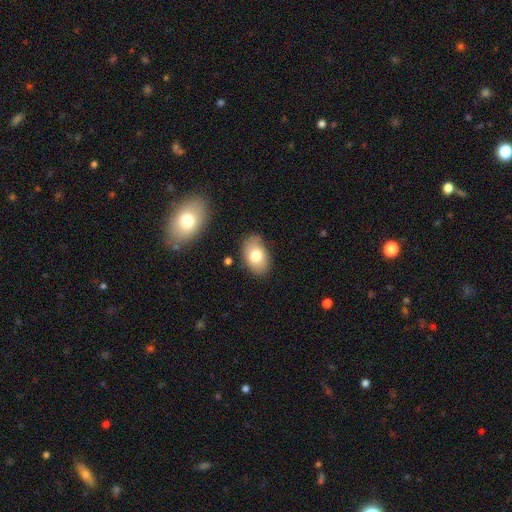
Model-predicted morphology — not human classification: This is likely a smooth galaxy (75%). How rounded: clearly in between (88%). Merging: likely none (78%).